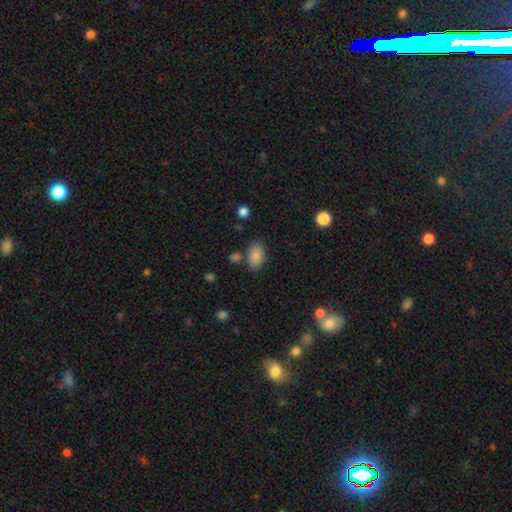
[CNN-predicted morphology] smooth-or-featured: smooth: 86% | star or artifact: 8% | featured or disk: 6%
  how-rounded: in between: 91% | round: 7% | cigar-shaped: 2%
  merging: none: 76% | minor disturbance: 13% | merger: 7% | major disturbance: 4%